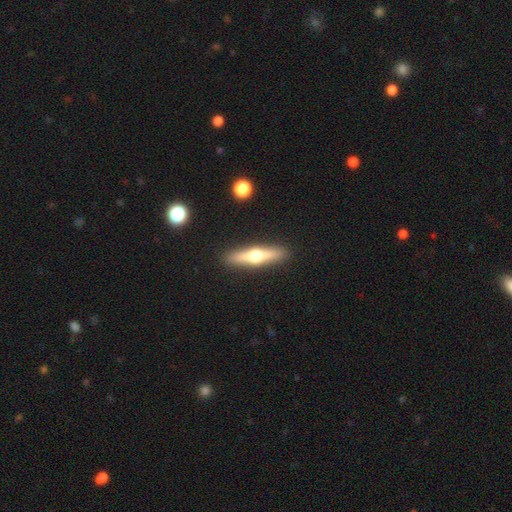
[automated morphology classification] Smooth or featured? featured or disk (57%)
Edge-on disk? yes (94%)
Edge-on bulge? rounded (95%)
Merging? none (90%)